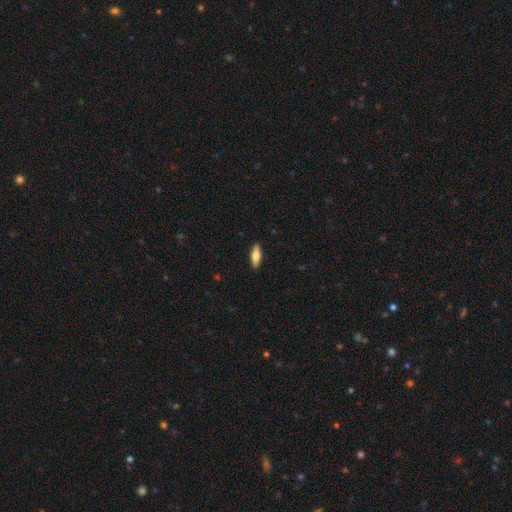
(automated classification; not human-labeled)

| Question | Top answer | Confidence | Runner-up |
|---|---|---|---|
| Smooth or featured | smooth | 65% | featured or disk (29%) |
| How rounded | in between | 51% | cigar-shaped (47%) |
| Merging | none | 90% | minor disturbance (7%) |